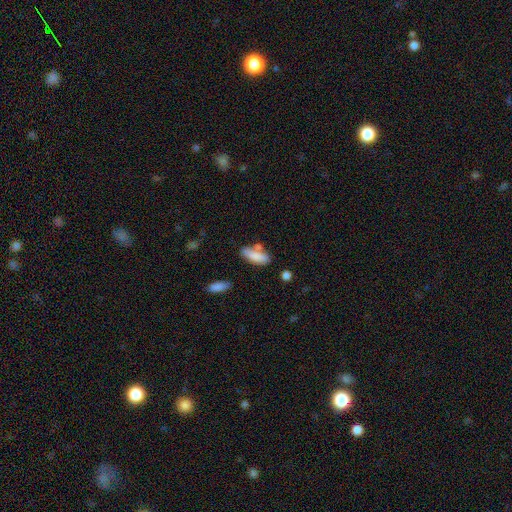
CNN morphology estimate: smooth_or_featured: smooth (p=0.82) [alt: featured or disk p=0.11]
how_rounded: in between (p=0.67) [alt: cigar-shaped p=0.31]
merging: none (p=0.57) [alt: minor disturbance p=0.19]